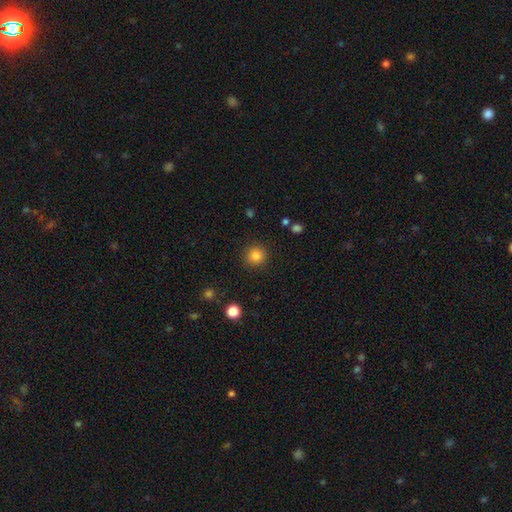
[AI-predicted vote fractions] smooth_or_featured: smooth (p=0.84) [alt: star or artifact p=0.11]
how_rounded: round (p=0.93) [alt: in between p=0.06]
merging: none (p=0.90) [alt: minor disturbance p=0.06]